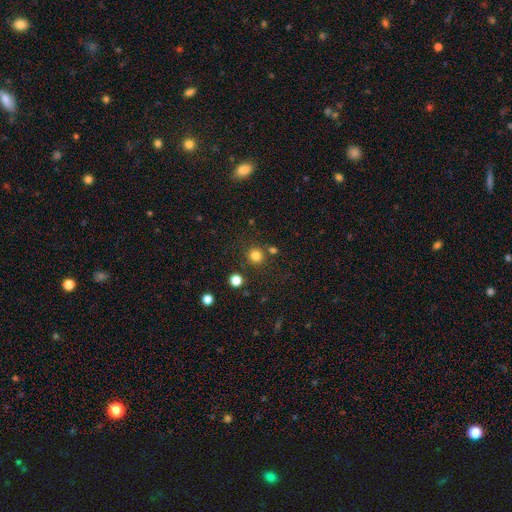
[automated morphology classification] Overall: smooth (81%). How rounded: round (93%). Merging: none (83%).